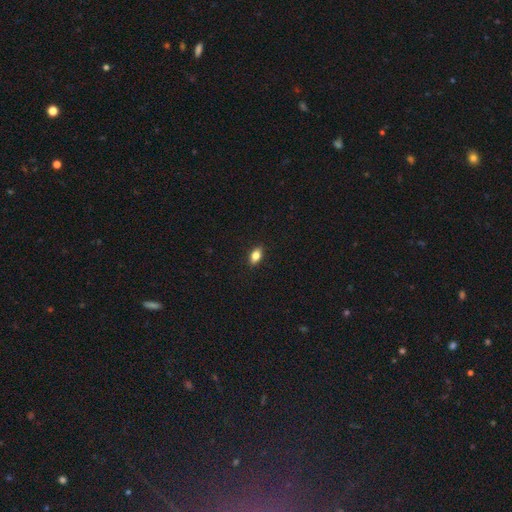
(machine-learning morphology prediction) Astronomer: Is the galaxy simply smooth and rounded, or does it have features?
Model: smooth — 79%.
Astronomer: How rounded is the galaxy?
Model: in between — 85%.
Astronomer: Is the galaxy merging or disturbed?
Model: none — 89%.